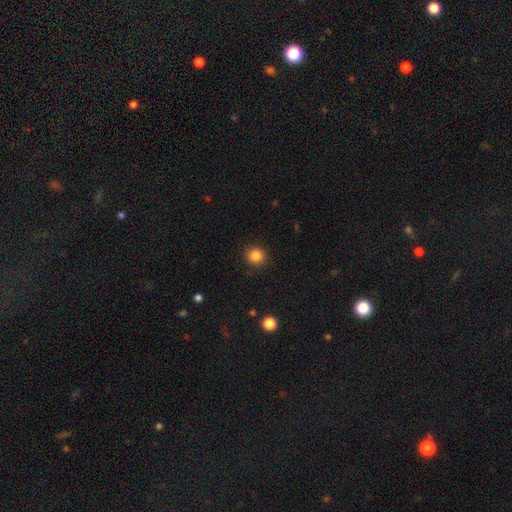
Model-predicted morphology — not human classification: smooth 85%, star or artifact 11%, featured or disk 4%. Down the decision tree: how rounded — round (88%); merging — none (90%).